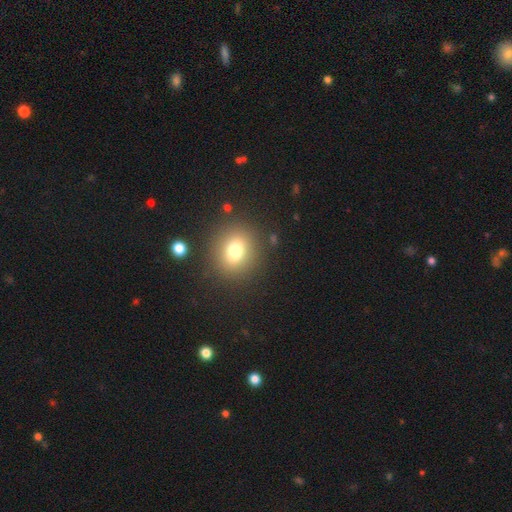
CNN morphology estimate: A smooth galaxy with no disk features (62%) that is round (82%).

Vote fractions:
- Smooth or featured? smooth: 62% / star or artifact: 30% / featured or disk: 8%
- How rounded? round: 82% / in between: 17% / cigar-shaped: 1%
- Merging? none: 90% / minor disturbance: 6% / major disturbance: 2% / merger: 2%